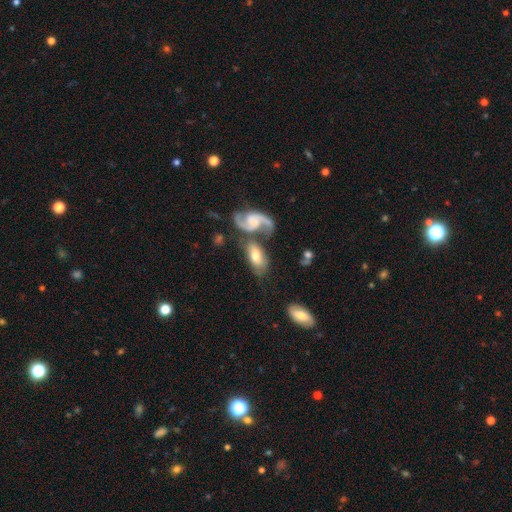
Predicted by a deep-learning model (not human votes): Smooth or featured: featured or disk — 47% (smooth — 46%)
Merging: none — 40% (merger — 34%)